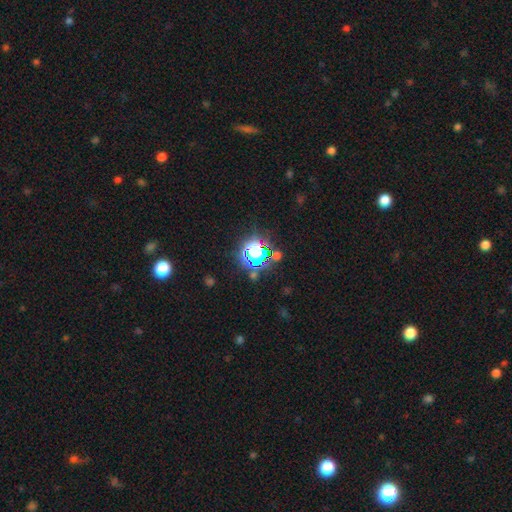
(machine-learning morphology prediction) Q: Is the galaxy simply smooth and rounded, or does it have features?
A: star or artifact — 73%.